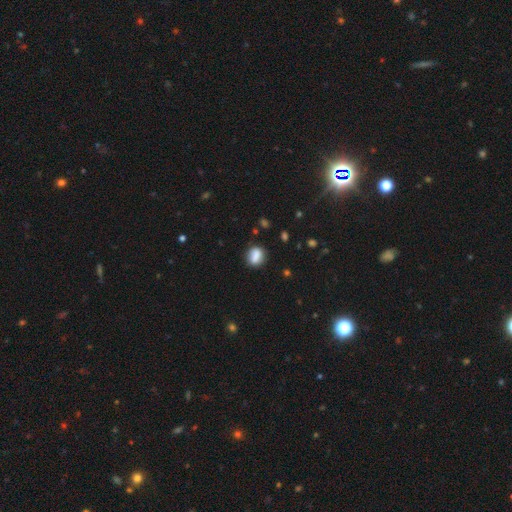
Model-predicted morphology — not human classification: This is clearly a smooth galaxy (83%). How rounded: possibly in between (57%). Merging: likely none (77%).